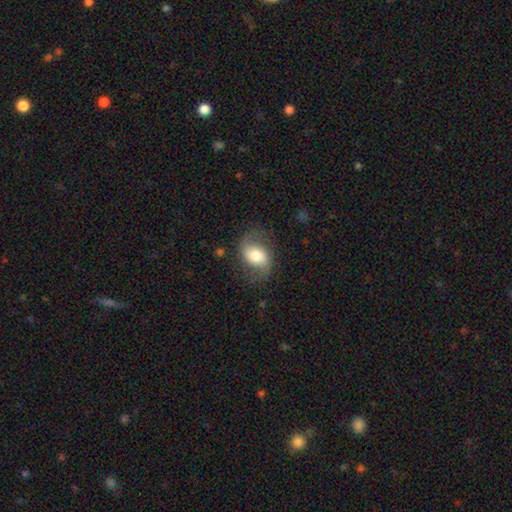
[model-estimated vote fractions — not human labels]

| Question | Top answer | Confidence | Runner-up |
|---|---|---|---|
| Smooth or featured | smooth | 52% | featured or disk (40%) |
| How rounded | in between | 77% | round (22%) |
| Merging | none | 66% | minor disturbance (21%) |